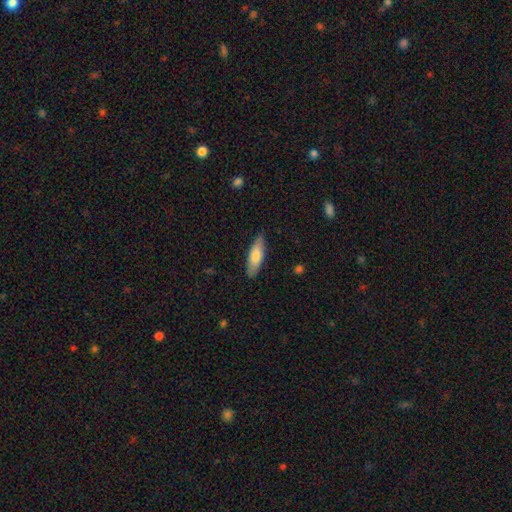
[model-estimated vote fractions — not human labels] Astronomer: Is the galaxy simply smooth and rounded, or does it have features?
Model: smooth — 72%.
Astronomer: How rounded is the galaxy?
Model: in between — 51% (runner-up: cigar-shaped, 47%).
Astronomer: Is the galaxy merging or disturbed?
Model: none — 84%.